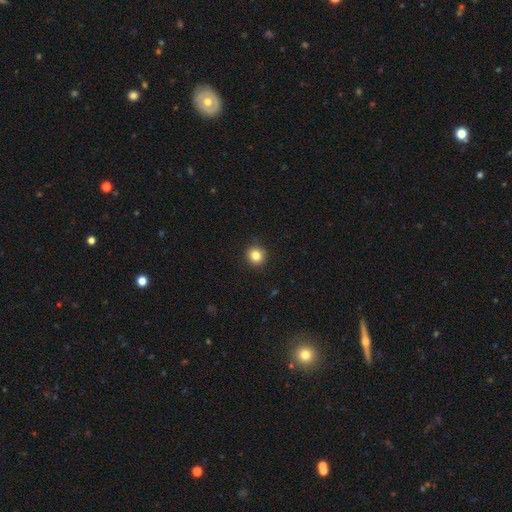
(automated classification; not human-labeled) A smooth galaxy with no disk features (83%) that is round (91%). Merging: none (92%).